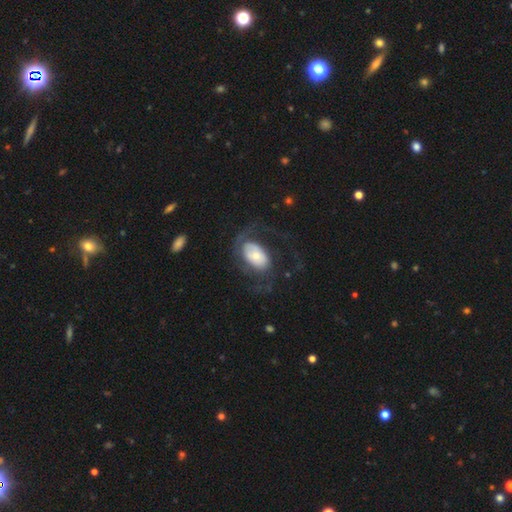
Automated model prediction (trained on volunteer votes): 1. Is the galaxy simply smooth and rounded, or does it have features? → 55% featured or disk, 39% smooth, 6% star or artifact.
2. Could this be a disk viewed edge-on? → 94% no, 6% yes.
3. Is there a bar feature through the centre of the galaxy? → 73% no, 19% weak, 9% strong.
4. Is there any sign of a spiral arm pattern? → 66% yes, 34% no.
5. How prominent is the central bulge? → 48% small, 33% moderate, 11% large, 5% dominant, 2% none.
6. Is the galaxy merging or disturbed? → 42% none, 40% major disturbance, 16% minor disturbance, 2% merger.